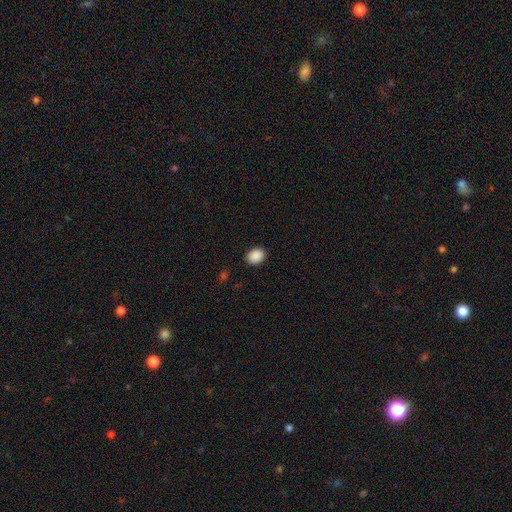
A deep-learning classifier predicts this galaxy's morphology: Smooth or featured? smooth (90%)
How rounded? in between (59%)
Merging? none (90%)